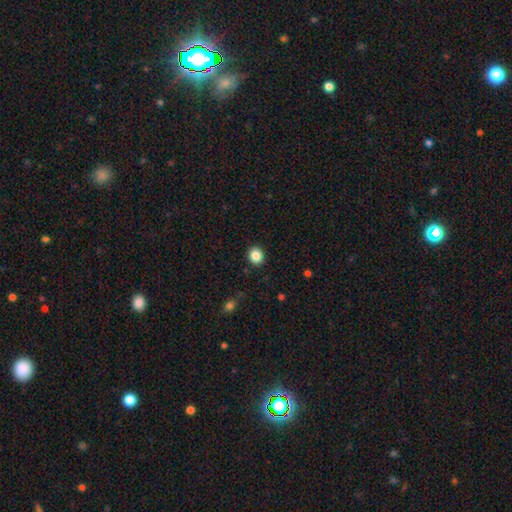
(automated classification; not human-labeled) Overall: smooth (86%). How rounded: round (82%). Merging: none (91%).